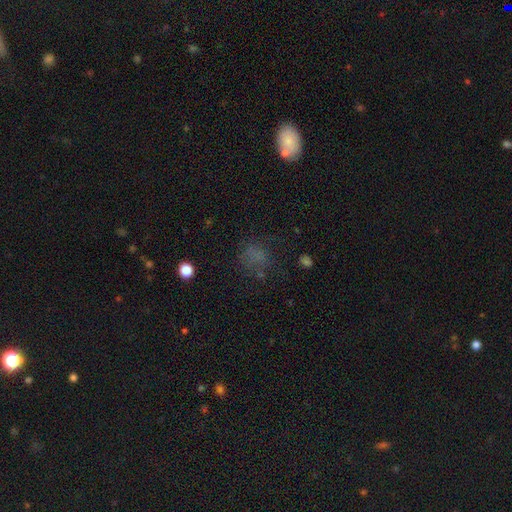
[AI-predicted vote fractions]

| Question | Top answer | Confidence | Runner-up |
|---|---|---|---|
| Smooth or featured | smooth | 54% | star or artifact (27%) |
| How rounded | round | 62% | in between (36%) |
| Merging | none | 58% | major disturbance (19%) |